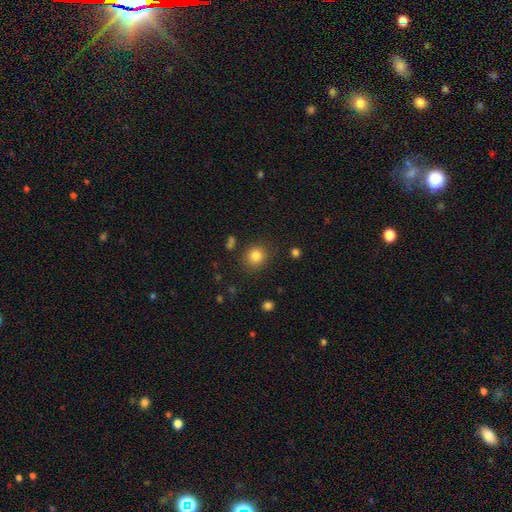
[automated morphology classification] This is clearly a smooth galaxy (83%). How rounded: clearly round (85%). Merging: clearly none (86%).